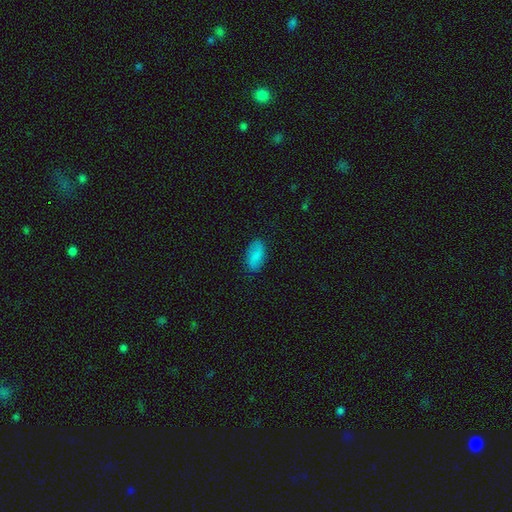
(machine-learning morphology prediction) The model was most divided on "smooth or featured": smooth: 76%, featured or disk: 17%, star or artifact: 8%. More confident: how rounded — in between (93%); merging — none (82%).